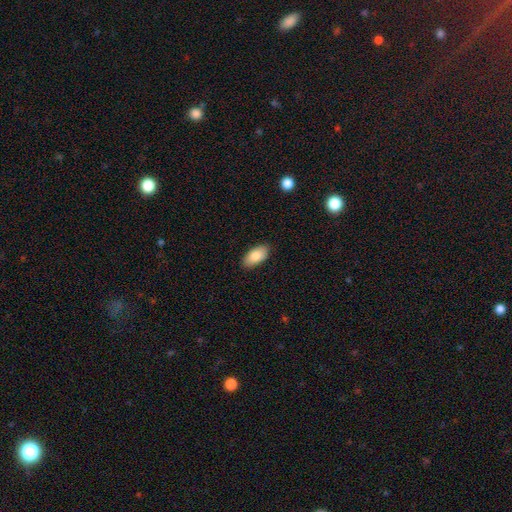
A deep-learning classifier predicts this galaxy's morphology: A smooth galaxy with no disk features (85%) that is in between round and cigar-shaped (93%). Merging: none (89%).